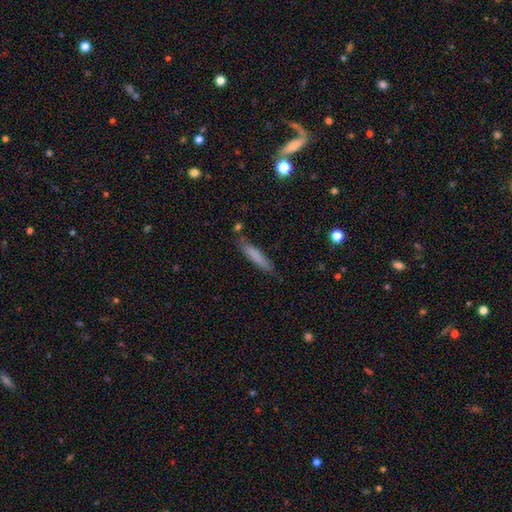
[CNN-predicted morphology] This appears to be a smooth galaxy with no disk features (78%) that is cigar-shaped (87%). Merging: none (78%).